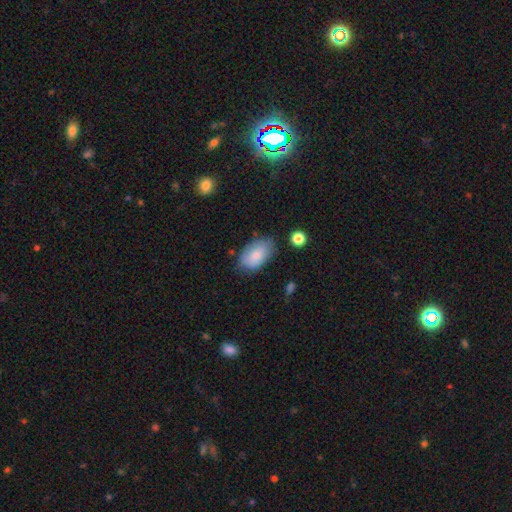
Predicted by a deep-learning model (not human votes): Smooth or featured: smooth — 78% (featured or disk — 15%)
How rounded: in between — 93% (round — 6%)
Merging: none — 70% (minor disturbance — 22%)